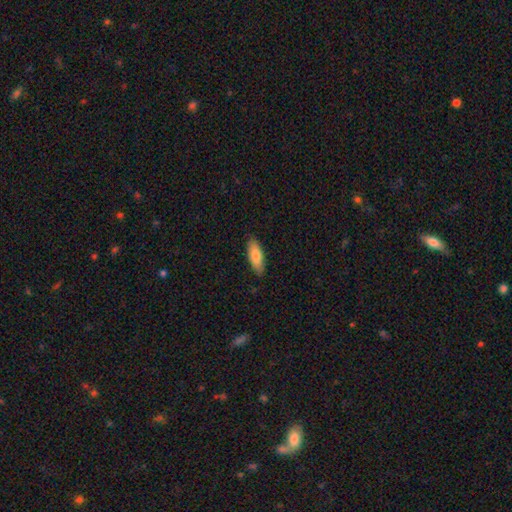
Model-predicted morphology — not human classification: smooth-or-featured: smooth: 79% | featured or disk: 15% | star or artifact: 6%
  how-rounded: in between: 69% | cigar-shaped: 29% | round: 2%
  merging: none: 86% | minor disturbance: 11% | major disturbance: 2% | merger: 1%